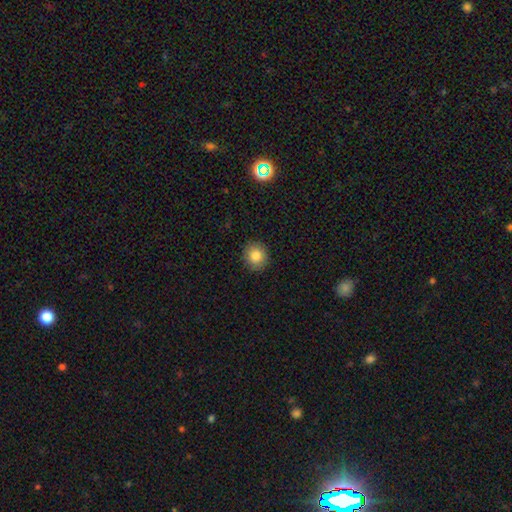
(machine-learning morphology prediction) A smooth galaxy with no disk features (82%) that is round (85%). Merging: none (91%).